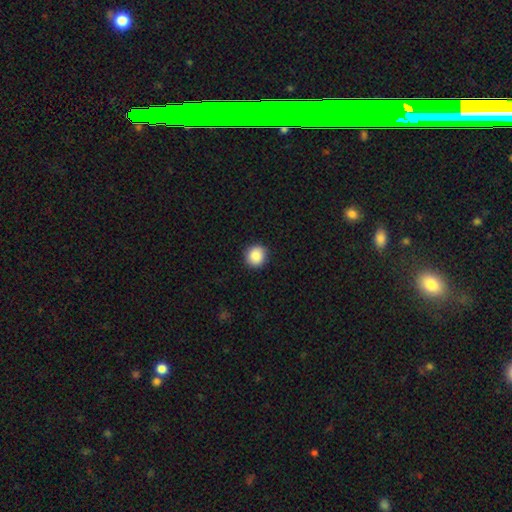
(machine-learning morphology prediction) Smooth or featured? Predicted: smooth (p=0.88). How rounded? Predicted: round (p=0.90). Merging? Predicted: none (p=0.90).